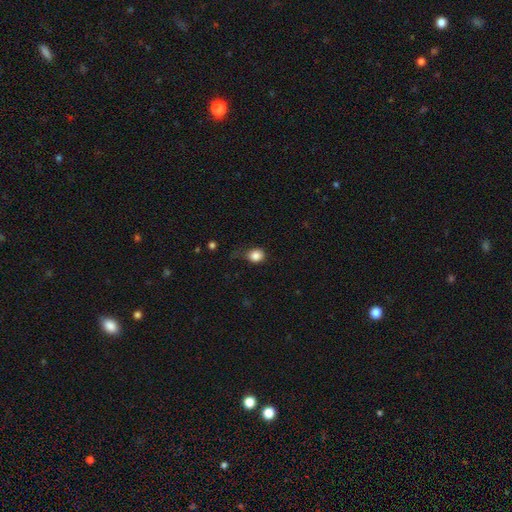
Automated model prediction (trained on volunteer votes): smooth-or-featured: smooth: 84% | star or artifact: 11% | featured or disk: 5%
  how-rounded: round: 71% | in between: 28% | cigar-shaped: 1%
  merging: none: 58% | minor disturbance: 29% | major disturbance: 10% | merger: 2%